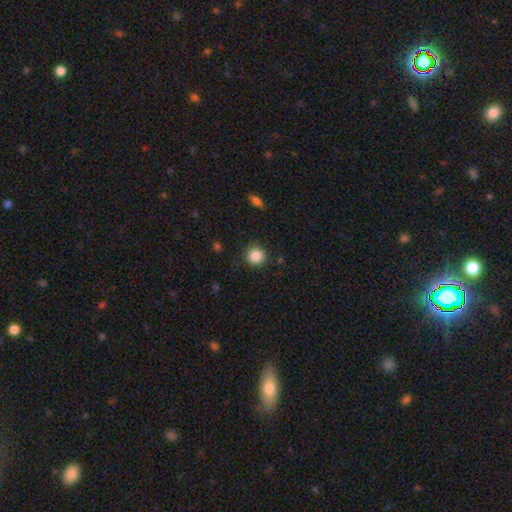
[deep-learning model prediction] This appears to be a smooth galaxy with no disk features (86%) that is round (94%). Merging: none (88%).